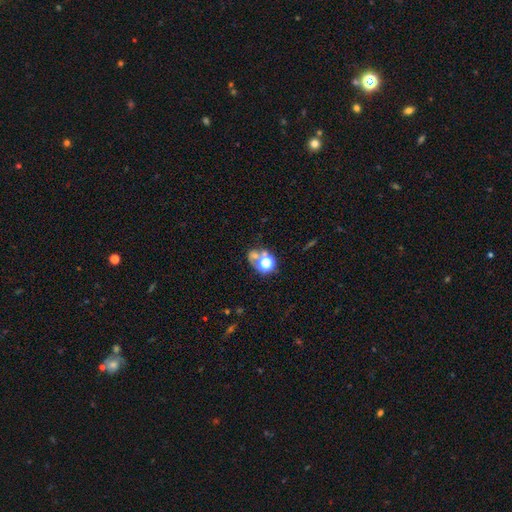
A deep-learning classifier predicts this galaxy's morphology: A smooth galaxy with no disk features (50%) that is round (71%). Merging: none (42%).